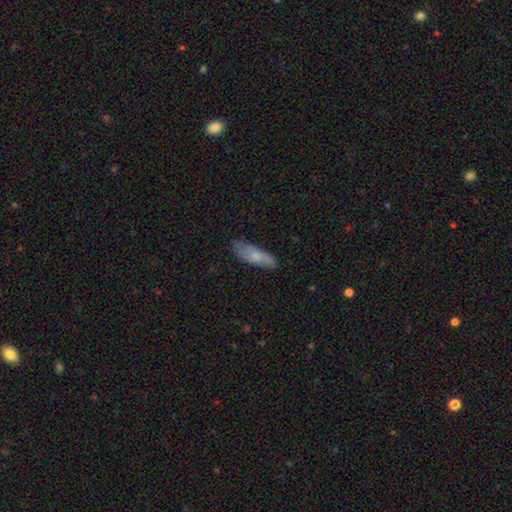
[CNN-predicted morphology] Smooth or featured? Predicted: smooth (p=0.68). How rounded? Predicted: in between (p=0.50). Merging? Predicted: none (p=0.73).